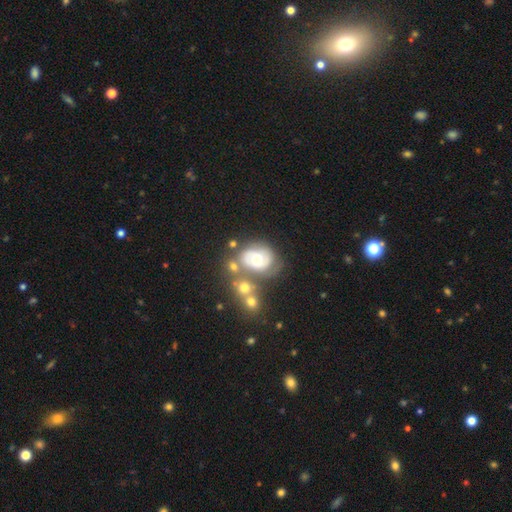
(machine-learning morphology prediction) This appears to be a featured or disk galaxy (67%) with no bar (69%), 2 (52%) tight (60%) spiral arms (82%) and a moderate central bulge (58%). Merging: none (46%).